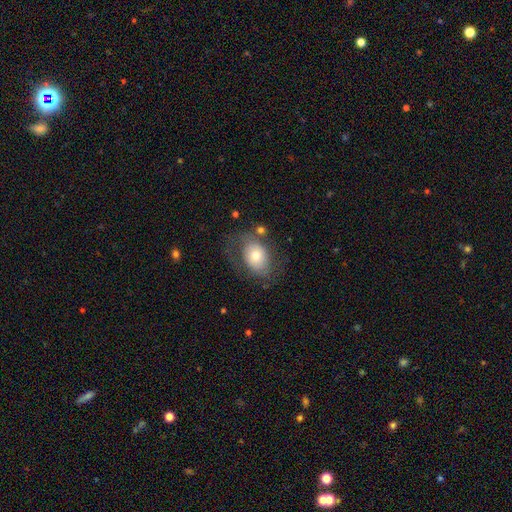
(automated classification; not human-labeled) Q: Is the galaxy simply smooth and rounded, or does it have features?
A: smooth — 64%.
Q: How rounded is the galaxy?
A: in between — 76%.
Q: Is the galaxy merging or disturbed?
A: none — 55%.